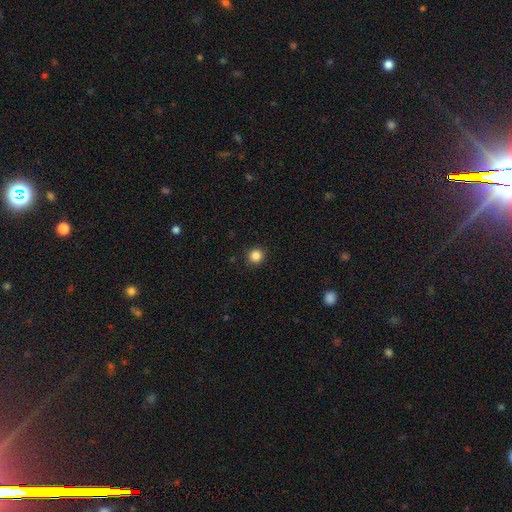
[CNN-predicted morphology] A smooth galaxy with no disk features (85%) that is round (94%).

Vote fractions:
- Smooth or featured? smooth: 85% / star or artifact: 11% / featured or disk: 3%
- How rounded? round: 94% / in between: 5% / cigar-shaped: 1%
- Merging? none: 92% / minor disturbance: 5% / major disturbance: 2% / merger: 1%